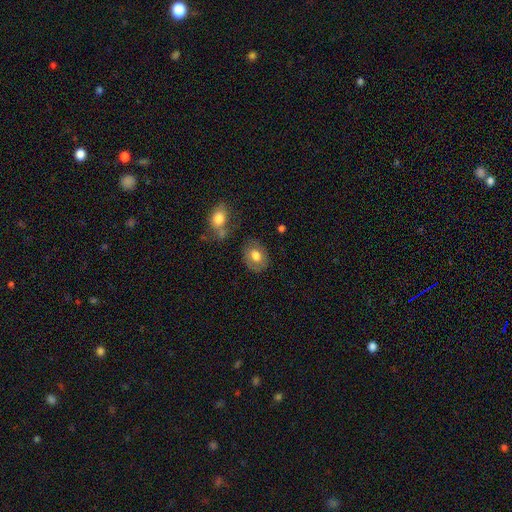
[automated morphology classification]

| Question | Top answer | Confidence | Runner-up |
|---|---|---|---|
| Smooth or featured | smooth | 67% | featured or disk (25%) |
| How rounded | in between | 59% | round (40%) |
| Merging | none | 74% | minor disturbance (16%) |